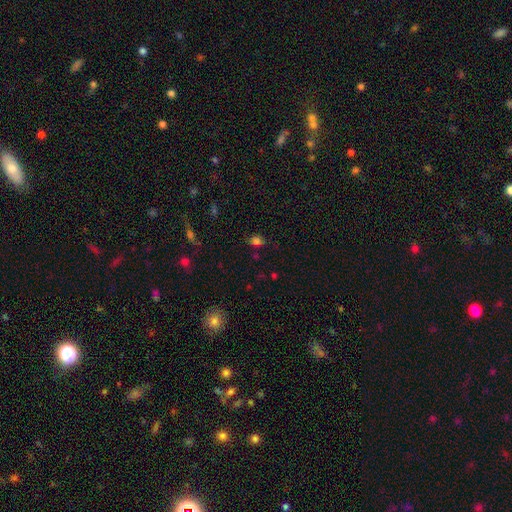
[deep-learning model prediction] This is likely a smooth galaxy (67%). How rounded: likely in between (64%). Merging: likely none (75%).